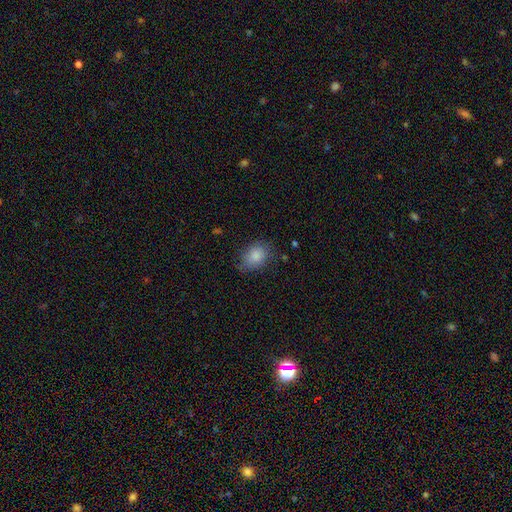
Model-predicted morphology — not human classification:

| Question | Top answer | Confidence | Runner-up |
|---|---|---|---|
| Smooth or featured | smooth | 86% | star or artifact (8%) |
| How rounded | in between | 67% | round (32%) |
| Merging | none | 72% | minor disturbance (21%) |